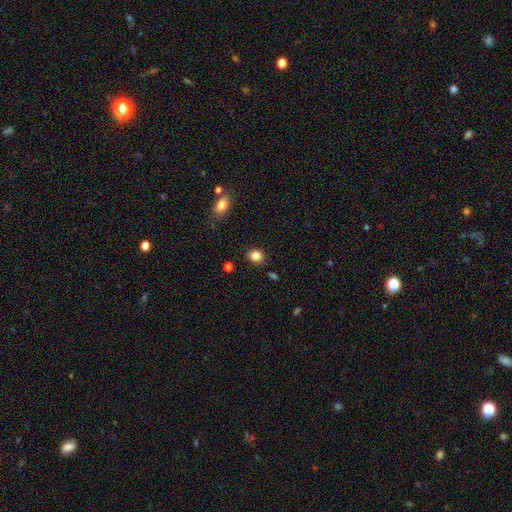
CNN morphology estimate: Smooth or featured: smooth — 84% (star or artifact — 11%)
How rounded: round — 71% (in between — 28%)
Merging: none — 88% (minor disturbance — 8%)